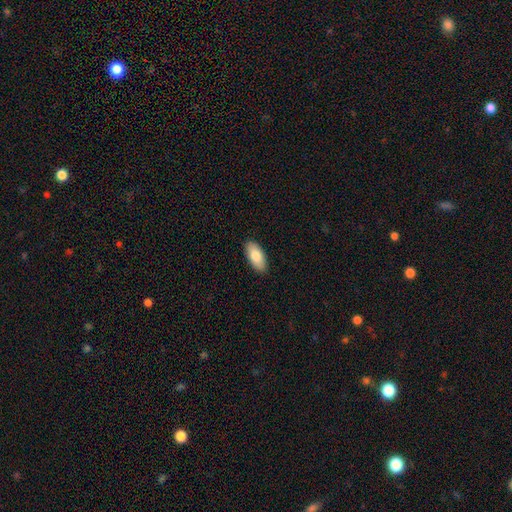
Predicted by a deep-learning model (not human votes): Smooth or featured: smooth — 84% (featured or disk — 10%)
How rounded: in between — 90% (cigar-shaped — 8%)
Merging: none — 90% (minor disturbance — 8%)